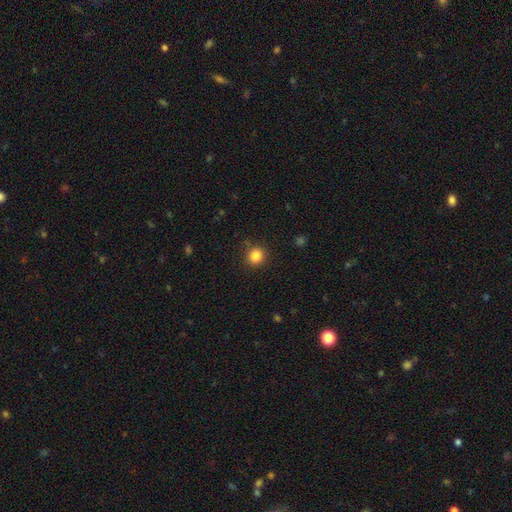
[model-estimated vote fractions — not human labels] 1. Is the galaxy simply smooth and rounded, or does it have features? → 85% smooth, 11% star or artifact, 4% featured or disk.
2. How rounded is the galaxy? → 87% round, 12% in between, 1% cigar-shaped.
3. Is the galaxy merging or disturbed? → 87% none, 8% minor disturbance, 3% major disturbance, 2% merger.